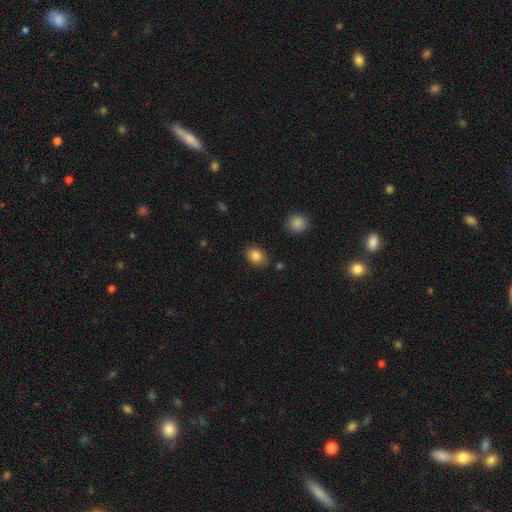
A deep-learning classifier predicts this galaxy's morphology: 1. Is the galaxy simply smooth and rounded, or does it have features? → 86% smooth, 9% star or artifact, 5% featured or disk.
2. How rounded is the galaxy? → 60% in between, 39% round, 1% cigar-shaped.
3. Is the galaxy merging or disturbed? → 84% none, 11% minor disturbance, 3% major disturbance, 3% merger.